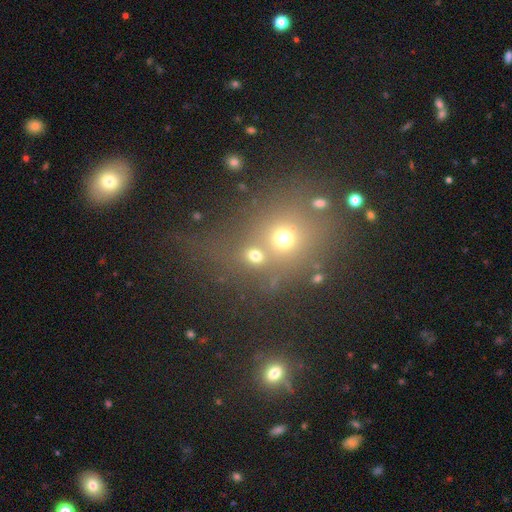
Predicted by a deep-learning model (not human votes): Morphology: type=smooth (54%); roundness=round (76%); merging=none (51%).